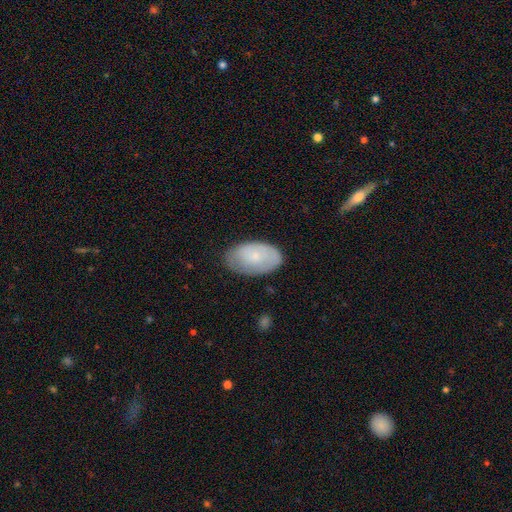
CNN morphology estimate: This appears to be a smooth galaxy with no disk features (62%) that is in between round and cigar-shaped (92%). Merging: none (74%).